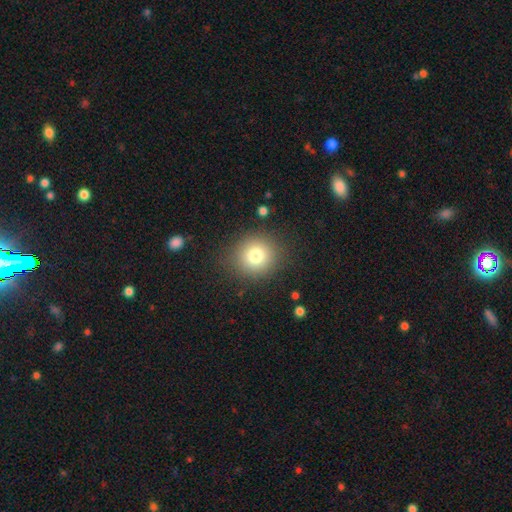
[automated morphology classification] A smooth galaxy with no disk features (78%) that is round (89%). Merging: none (86%).